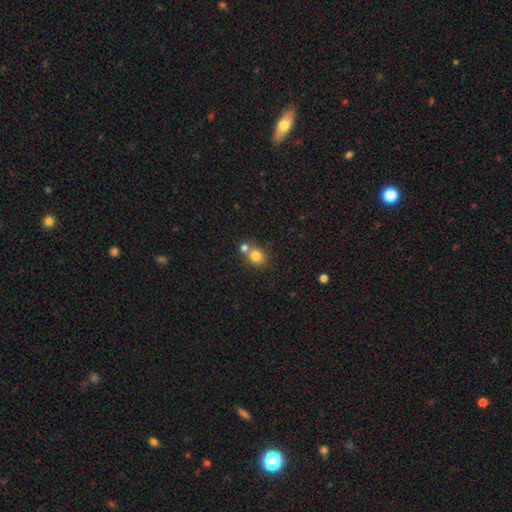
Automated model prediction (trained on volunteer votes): This is clearly a smooth galaxy (80%). How rounded: likely round (72%). Merging: possibly none (48%).